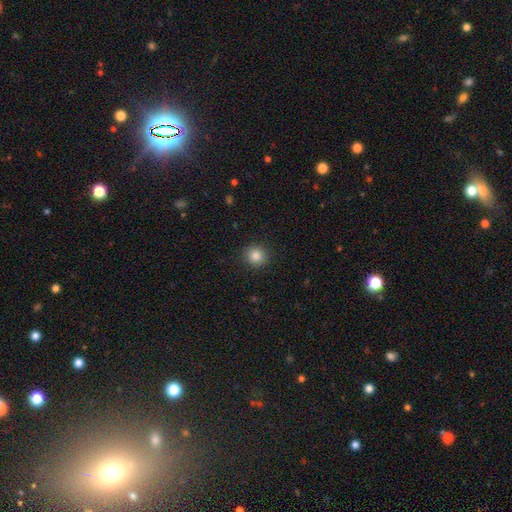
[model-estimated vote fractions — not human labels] Morphology: type=smooth (86%); roundness=round (91%); merging=none (90%).